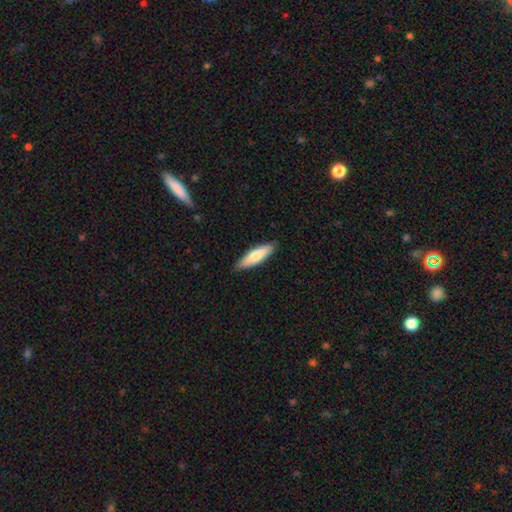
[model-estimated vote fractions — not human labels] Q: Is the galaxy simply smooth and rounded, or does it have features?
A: smooth — 73%.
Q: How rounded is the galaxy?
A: cigar-shaped — 65%.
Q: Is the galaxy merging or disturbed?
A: none — 87%.